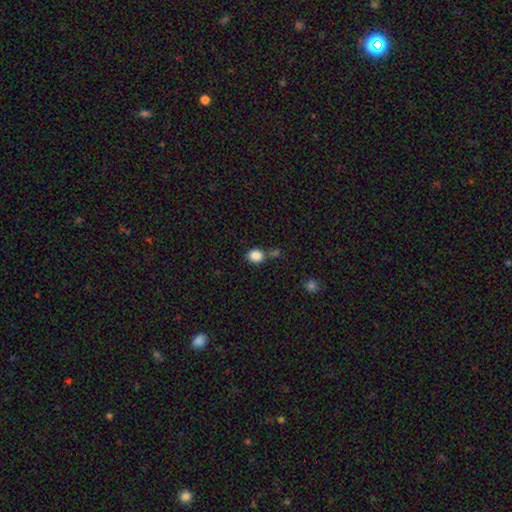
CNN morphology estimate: A smooth galaxy with no disk features (86%) that is round (62%). Merging: none (61%).